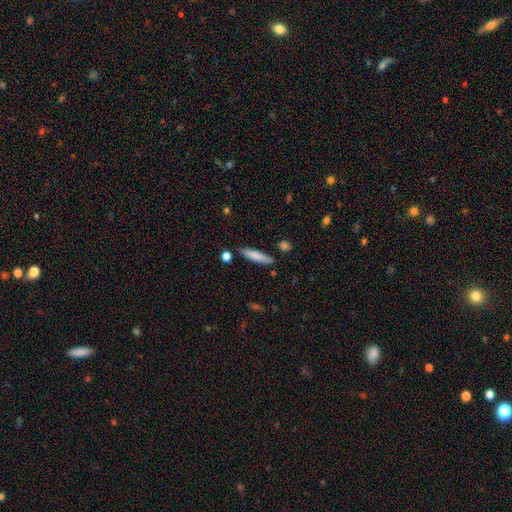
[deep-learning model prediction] smooth 77%, featured or disk 17%, star or artifact 6%. Down the decision tree: how rounded — cigar-shaped (85%); merging — none (83%).